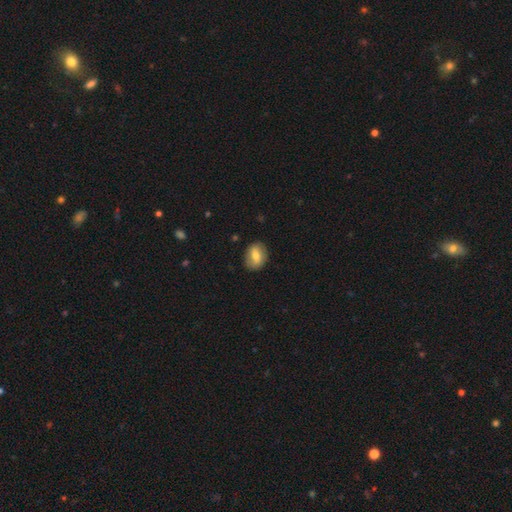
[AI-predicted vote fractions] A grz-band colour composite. It shows a smooth galaxy with no disk features (64%) that is in between round and cigar-shaped (61%). Merging: none (84%).